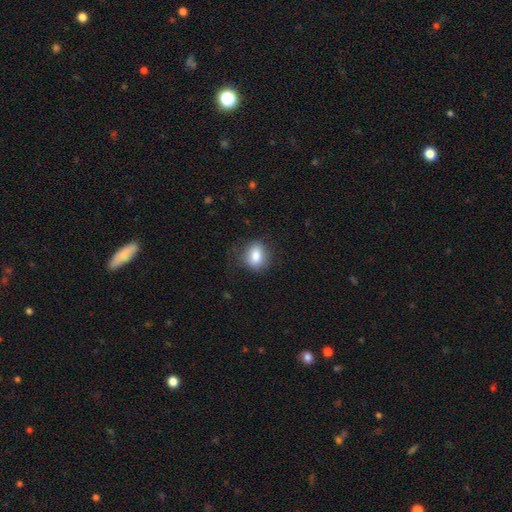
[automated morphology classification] type=smooth (81%); roundness=in between (51%); merging=none (79%).